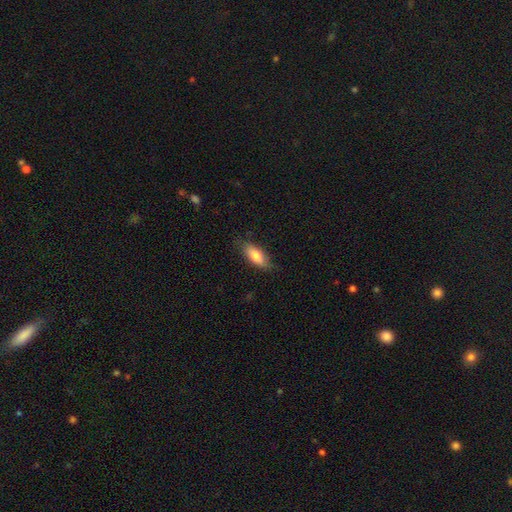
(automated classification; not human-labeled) This is likely a smooth galaxy (78%). How rounded: likely in between (76%). Merging: likely none (78%).